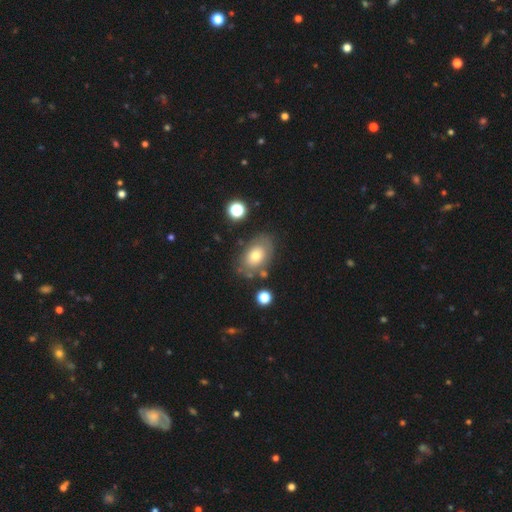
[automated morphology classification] smooth-or-featured: smooth: 65% | featured or disk: 25% | star or artifact: 9%
  how-rounded: in between: 85% | round: 14% | cigar-shaped: 1%
  merging: none: 71% | minor disturbance: 17% | merger: 6% | major disturbance: 6%